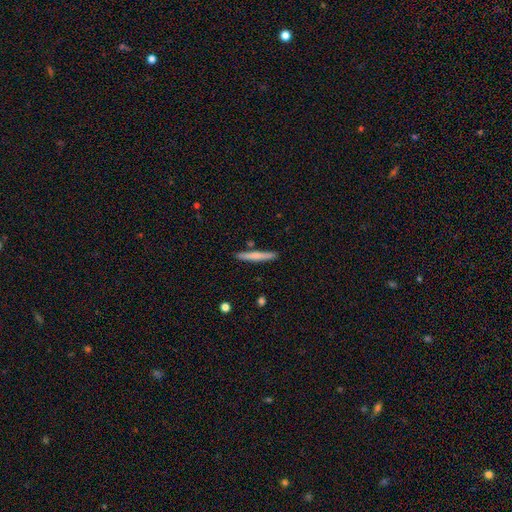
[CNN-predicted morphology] Overall: smooth (66%; featured or disk 28%). How rounded: cigar-shaped (95%). Merging: none (87%).